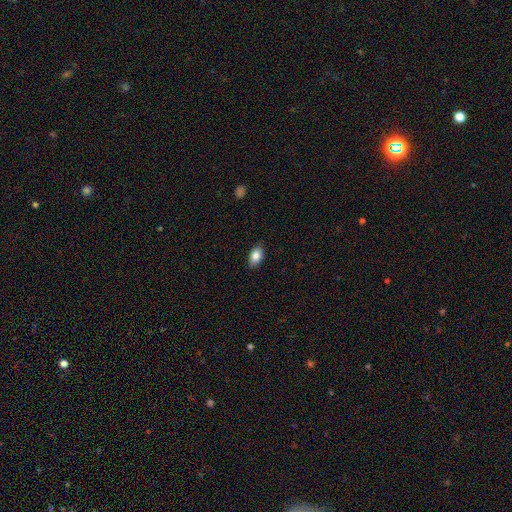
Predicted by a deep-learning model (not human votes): A smooth galaxy with no disk features (85%) that is in between round and cigar-shaped (89%).

Vote fractions:
- Smooth or featured? smooth: 85% / star or artifact: 8% / featured or disk: 8%
- How rounded? in between: 89% / round: 8% / cigar-shaped: 3%
- Merging? none: 87% / minor disturbance: 10% / major disturbance: 2% / merger: 1%